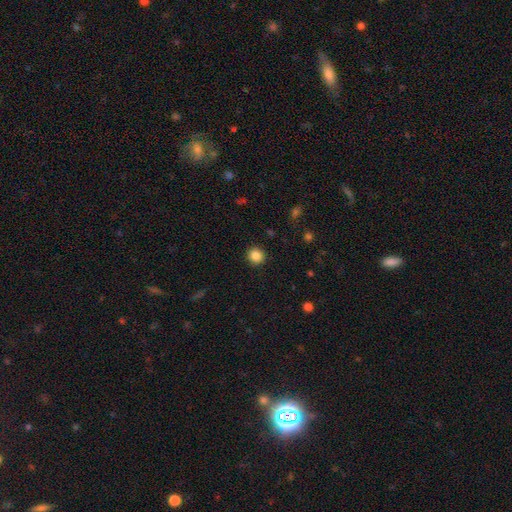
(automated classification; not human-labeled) Q: Smooth or featured?
A: smooth (85%); runner-up: star or artifact (11%)
Q: How rounded?
A: round (91%); runner-up: in between (8%)
Q: Merging?
A: none (92%); runner-up: minor disturbance (6%)